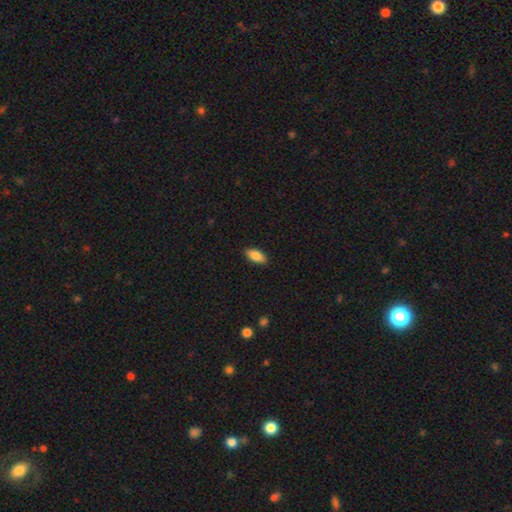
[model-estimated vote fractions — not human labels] Smooth or featured? smooth (84%)
How rounded? in between (86%)
Merging? none (88%)